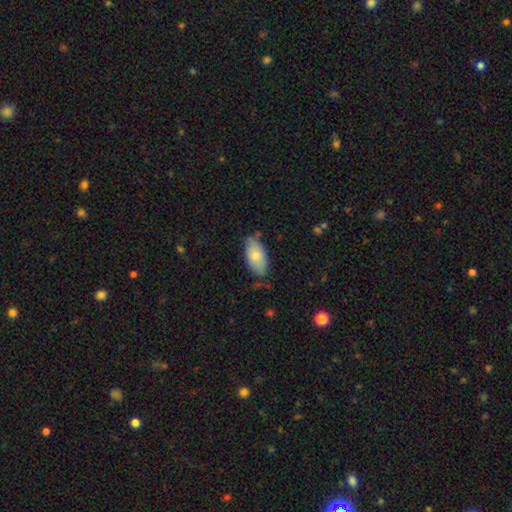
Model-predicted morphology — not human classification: Smooth or featured?
  - smooth: 76% *
  - featured or disk: 17%
  - star or artifact: 6%
How rounded?
  - in between: 93% *
  - cigar-shaped: 4%
  - round: 3%
Merging?
  - none: 70% *
  - minor disturbance: 23%
  - major disturbance: 4%
  - merger: 3%